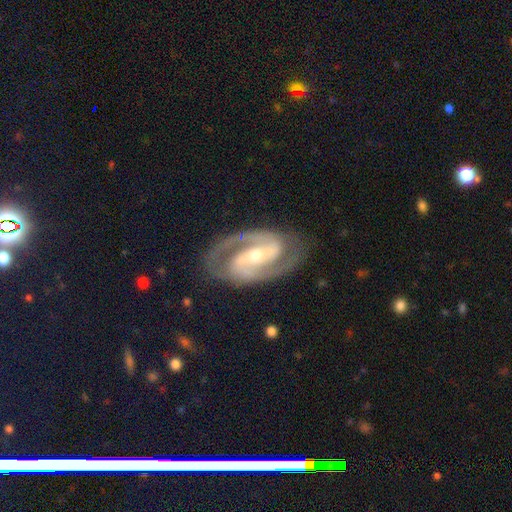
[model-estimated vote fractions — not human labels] smooth-or-featured: featured or disk: 92% | smooth: 4% | star or artifact: 4%
  disk-edge-on: no: 97% | yes: 3%
    bar: strong: 54% | weak: 32% | no: 14%
    has-spiral-arms: yes: 98% | no: 2%
      spiral-winding: medium: 53% | tight: 38% | loose: 8%
      spiral-arm-count: 2: 93% | can't tell: 2% | 3: 2% | 1: 1% | 4: 1% | more than 4: 1%
    bulge-size: moderate: 54% | small: 40% | large: 4% | none: 1% | dominant: 1%
  merging: none: 83% | minor disturbance: 12% | major disturbance: 4% | merger: 1%